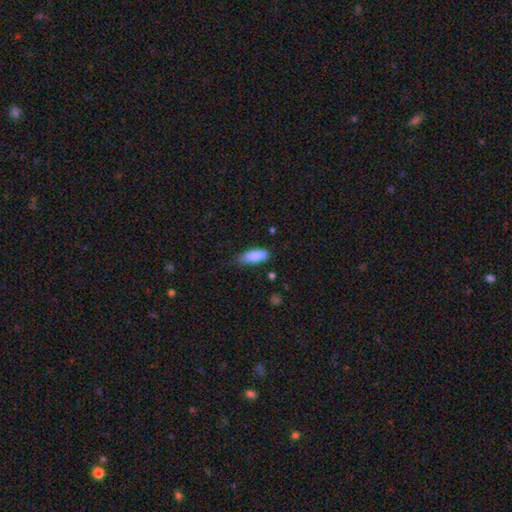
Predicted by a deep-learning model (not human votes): This is clearly a smooth galaxy (86%). How rounded: likely in between (68%). Merging: possibly none (59%).